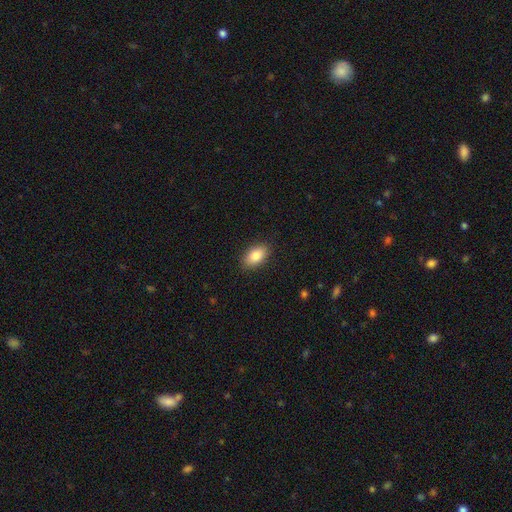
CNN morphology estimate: Smooth or featured?
  - smooth: 85% *
  - featured or disk: 8%
  - star or artifact: 7%
How rounded?
  - in between: 92% *
  - round: 6%
  - cigar-shaped: 2%
Merging?
  - none: 88% *
  - minor disturbance: 9%
  - major disturbance: 2%
  - merger: 1%